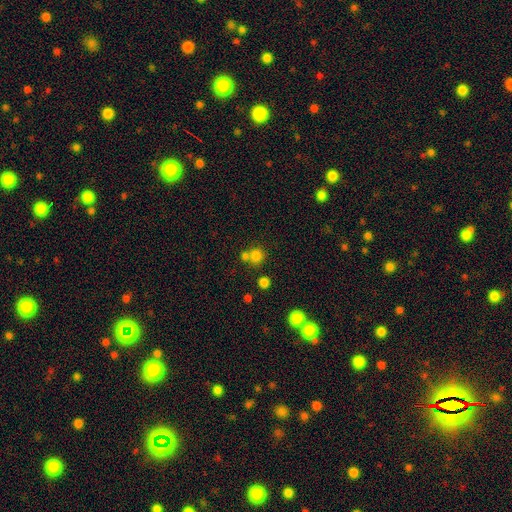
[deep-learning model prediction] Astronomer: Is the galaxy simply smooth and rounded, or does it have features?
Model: smooth — 78%.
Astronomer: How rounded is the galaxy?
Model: round — 88%.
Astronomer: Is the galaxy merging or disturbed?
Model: none — 58%.